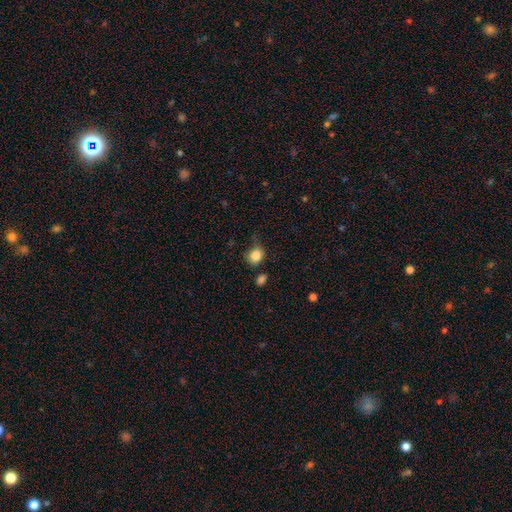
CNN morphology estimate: Overall: smooth (85%). How rounded: round (67%; in between 32%). Merging: none (70%).